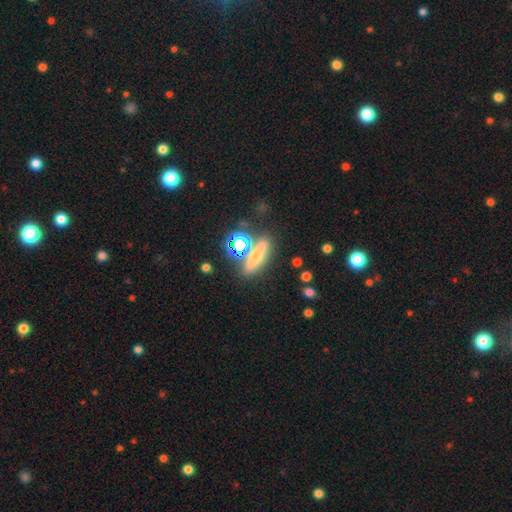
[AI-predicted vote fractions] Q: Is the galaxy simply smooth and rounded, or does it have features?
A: smooth — 50%.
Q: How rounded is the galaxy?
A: cigar-shaped — 47%.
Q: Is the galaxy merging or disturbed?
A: none — 69%.